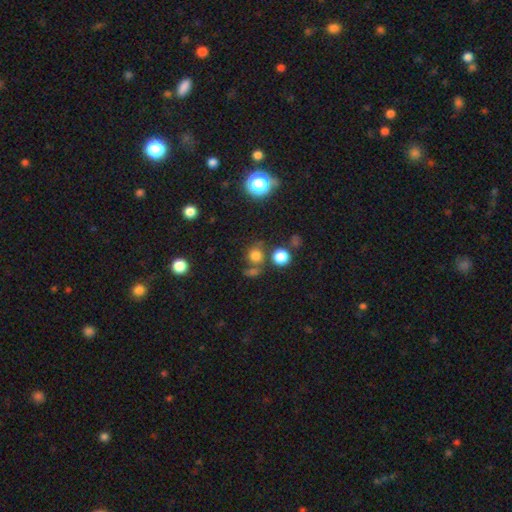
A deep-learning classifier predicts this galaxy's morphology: Overall: smooth (74%). How rounded: round (86%). Merging: none (65%).